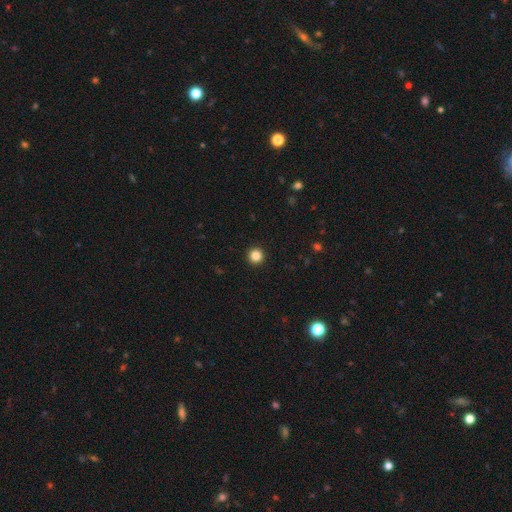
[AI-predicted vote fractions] This is clearly a smooth galaxy (85%). How rounded: clearly round (96%). Merging: clearly none (94%).